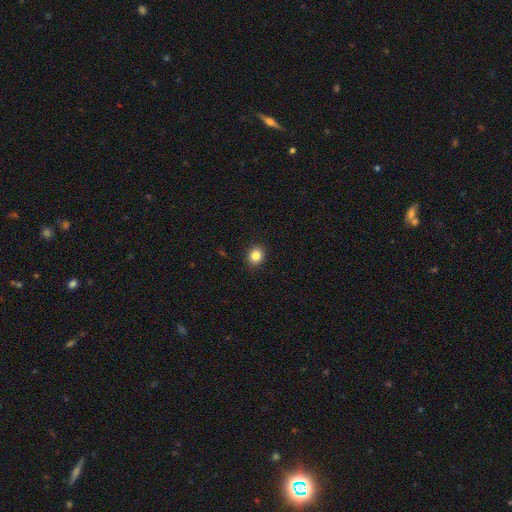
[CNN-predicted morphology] Overall: smooth (84%). How rounded: round (78%). Merging: none (90%).